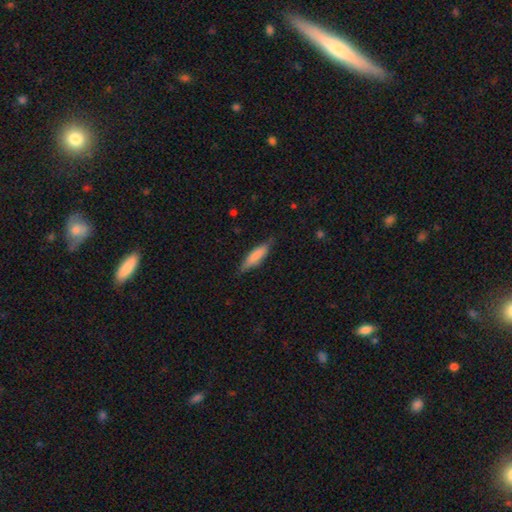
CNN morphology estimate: A smooth galaxy with no disk features (79%) that is cigar-shaped (67%). Merging: none (77%).